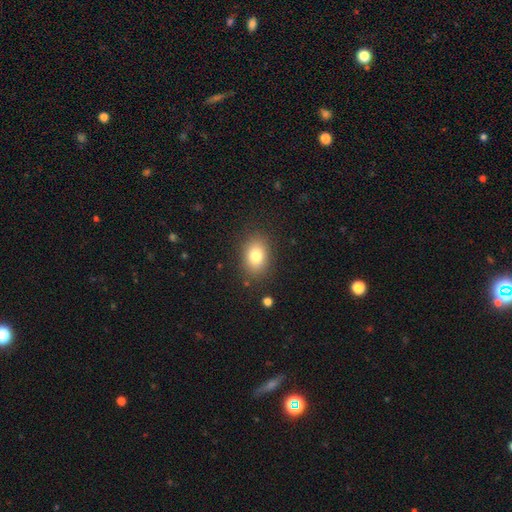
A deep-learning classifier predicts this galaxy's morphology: smooth_or_featured: smooth (p=0.80) [alt: featured or disk p=0.10]
how_rounded: in between (p=0.74) [alt: round p=0.25]
merging: none (p=0.85) [alt: minor disturbance p=0.10]